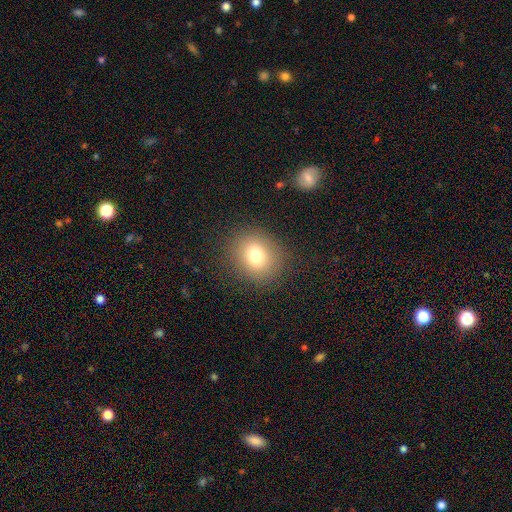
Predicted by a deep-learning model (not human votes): Smooth or featured? smooth (76%)
How rounded? round (73%)
Merging? none (87%)